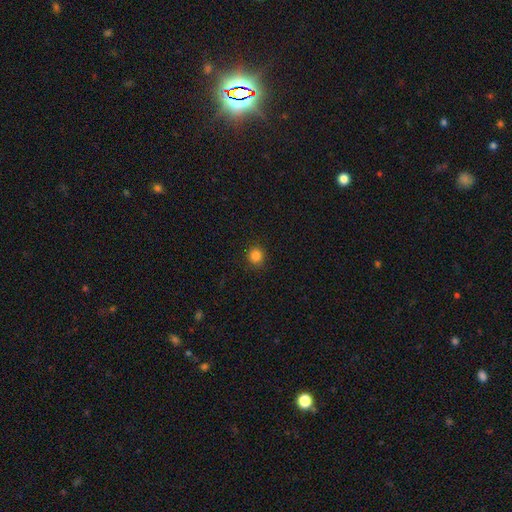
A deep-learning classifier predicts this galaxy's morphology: A smooth galaxy with no disk features (84%) that is round (88%).

Vote fractions:
- Smooth or featured? smooth: 84% / star or artifact: 12% / featured or disk: 4%
- How rounded? round: 88% / in between: 11% / cigar-shaped: 1%
- Merging? none: 90% / minor disturbance: 7% / major disturbance: 2% / merger: 1%